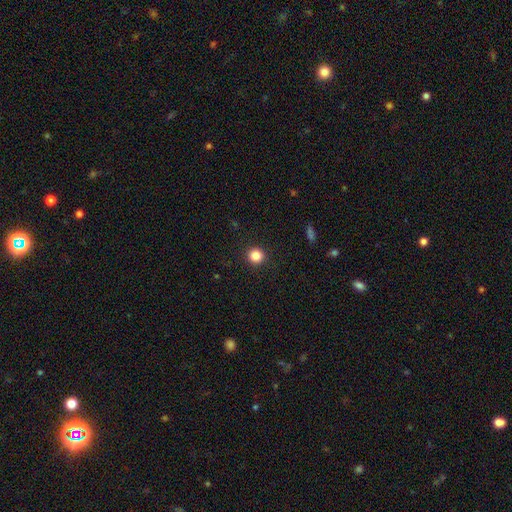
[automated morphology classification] Overall: smooth (85%). How rounded: round (94%). Merging: none (93%).